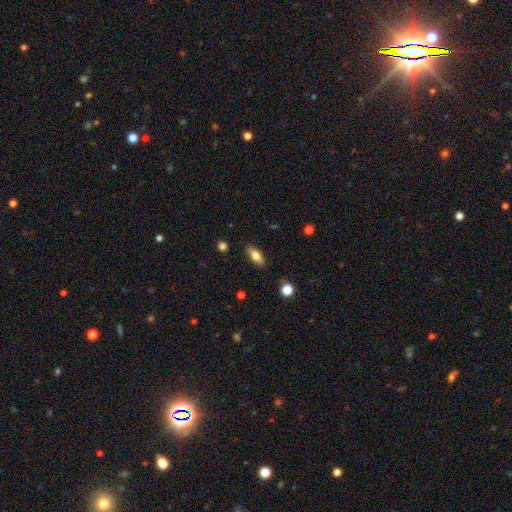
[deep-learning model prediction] Overall: smooth (76%). How rounded: in between (81%). Merging: none (87%).